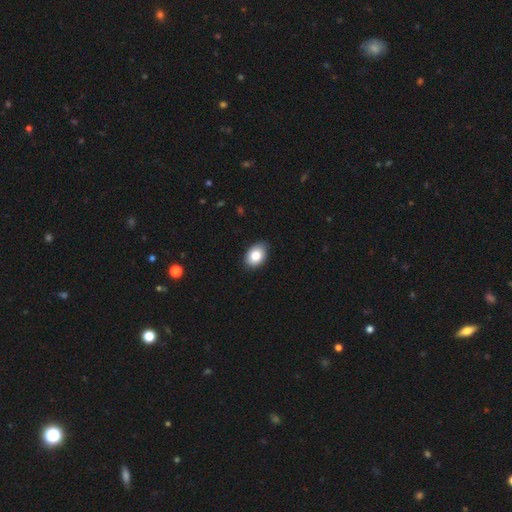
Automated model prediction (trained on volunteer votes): Smooth or featured? smooth (82%)
How rounded? in between (81%)
Merging? none (81%)